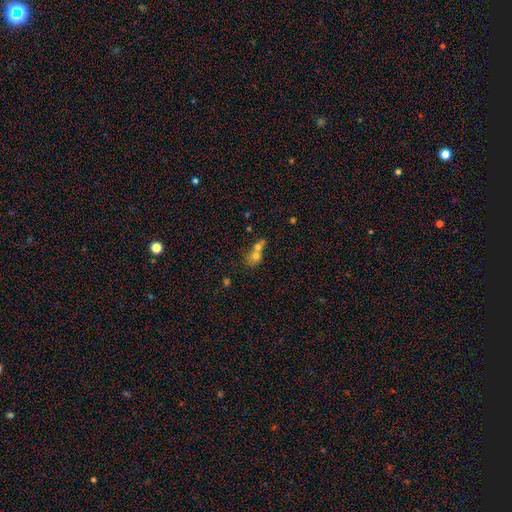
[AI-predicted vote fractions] Smooth or featured? Predicted: smooth (p=0.68). How rounded? Predicted: round (p=0.66). Merging? Predicted: merger (p=0.65).